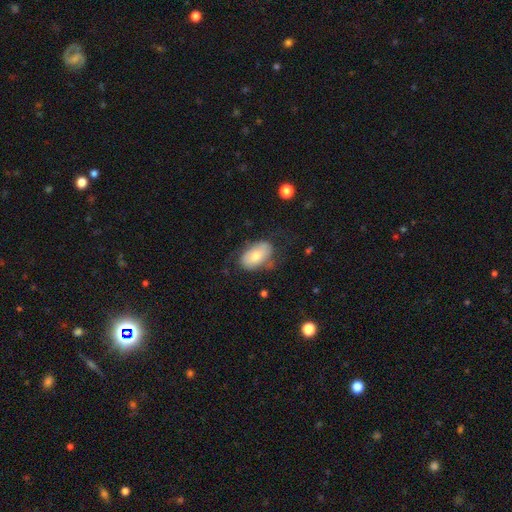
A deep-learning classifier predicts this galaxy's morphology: smooth_or_featured: smooth (p=0.68) [alt: featured or disk p=0.25]
how_rounded: in between (p=0.92) [alt: round p=0.07]
merging: none (p=0.60) [alt: minor disturbance p=0.26]